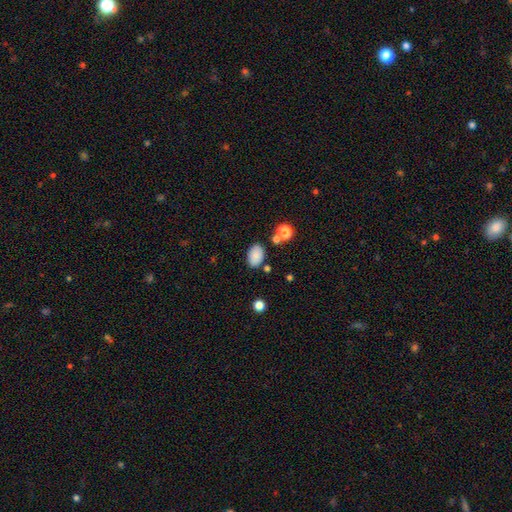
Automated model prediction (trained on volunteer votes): smooth 84%, star or artifact 9%, featured or disk 6%. Down the decision tree: how rounded — in between (89%); merging — none (80%).